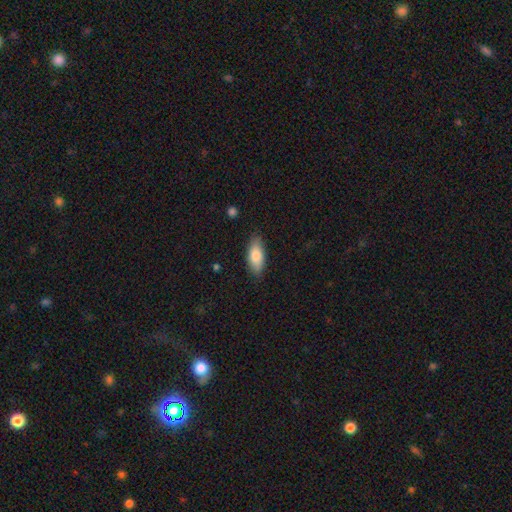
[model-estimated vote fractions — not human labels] A smooth galaxy with no disk features (81%) that is in between round and cigar-shaped (82%). Merging: none (84%).